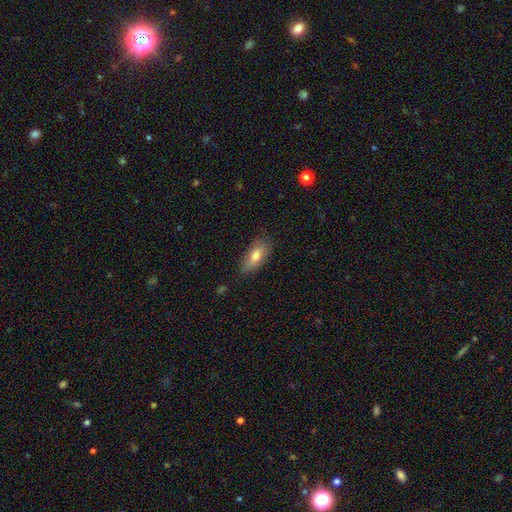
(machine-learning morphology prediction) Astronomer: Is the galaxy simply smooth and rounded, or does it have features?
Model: smooth — 76%.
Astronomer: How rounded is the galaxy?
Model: in between — 83%.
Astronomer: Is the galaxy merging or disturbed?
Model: none — 72%.